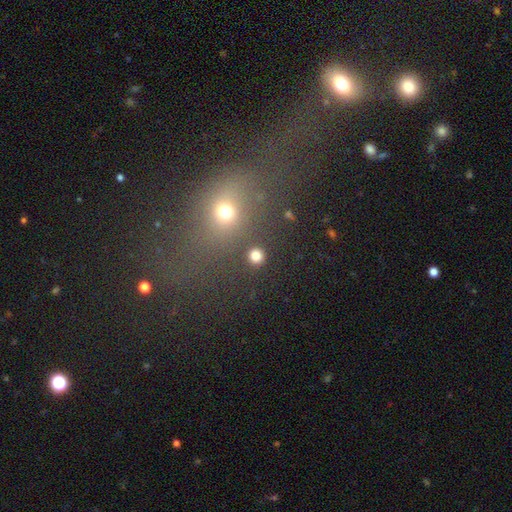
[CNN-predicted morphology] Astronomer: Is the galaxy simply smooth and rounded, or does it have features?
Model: smooth — 81%.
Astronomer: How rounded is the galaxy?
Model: round — 92%.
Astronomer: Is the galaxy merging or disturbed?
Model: none — 89%.